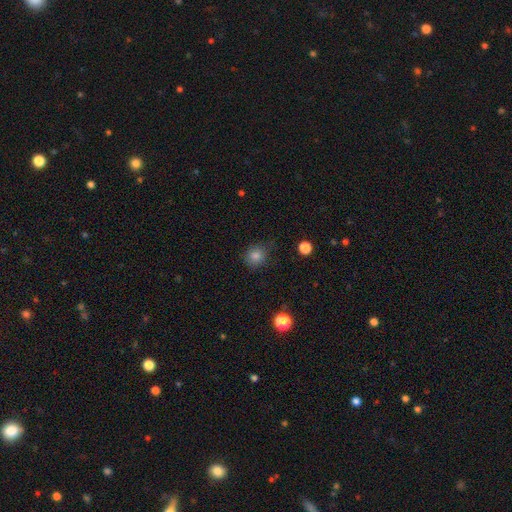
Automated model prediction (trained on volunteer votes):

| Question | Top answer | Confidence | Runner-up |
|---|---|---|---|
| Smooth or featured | smooth | 81% | star or artifact (13%) |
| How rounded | round | 83% | in between (16%) |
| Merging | none | 77% | minor disturbance (17%) |